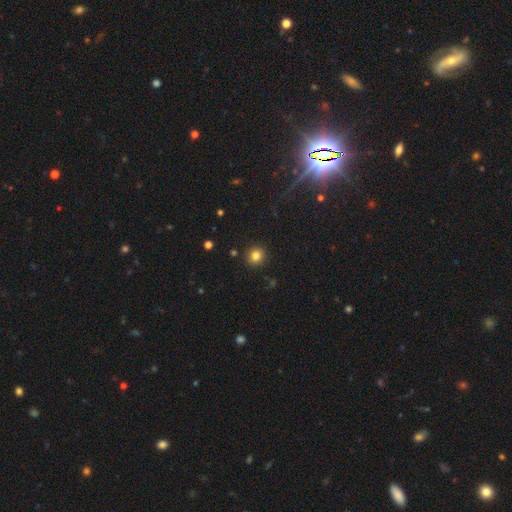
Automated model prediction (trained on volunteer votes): A smooth galaxy with no disk features (82%) that is round (91%).

Vote fractions:
- Smooth or featured? smooth: 82% / star or artifact: 12% / featured or disk: 6%
- How rounded? round: 91% / in between: 8% / cigar-shaped: 1%
- Merging? none: 91% / minor disturbance: 5% / major disturbance: 2% / merger: 2%